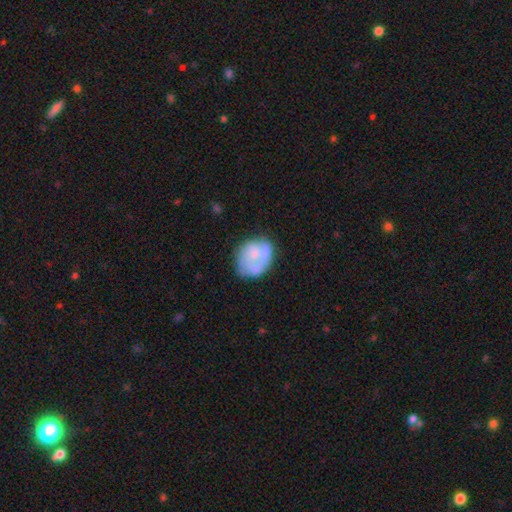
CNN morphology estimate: This appears to be a featured or disk galaxy (47%). Merging: none (54%).